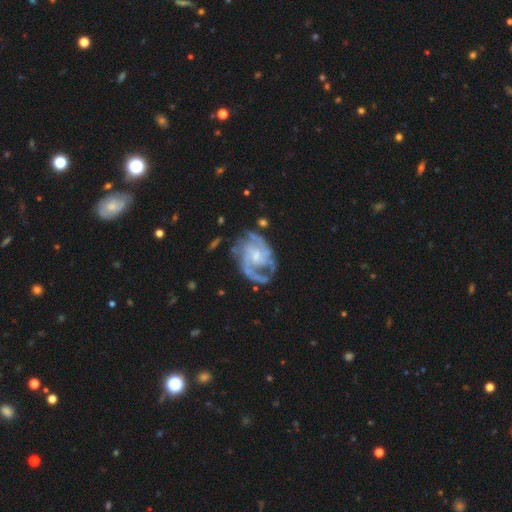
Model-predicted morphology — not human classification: A featured or disk galaxy (90%) with no bar (49%), 2 (51%) medium (49%) spiral arms (96%) and a small central bulge (47%).

Vote fractions:
- Smooth or featured? featured or disk: 90% / smooth: 6% / star or artifact: 5%
- Edge-on disk? no: 98% / yes: 2%
- Bar? no: 49% / weak: 41% / strong: 9%
- Spiral arms? yes: 96% / no: 4%
- Spiral winding? medium: 49% / tight: 38% / loose: 13%
- Spiral arm count? 2: 51% / 3: 19% / can't tell: 15% / 1: 5% / 4: 5% / more than 4: 4%
- Bulge size? small: 47% / moderate: 41% / none: 7% / large: 4% / dominant: 1%
- Merging? none: 62% / minor disturbance: 21% / major disturbance: 15% / merger: 3%